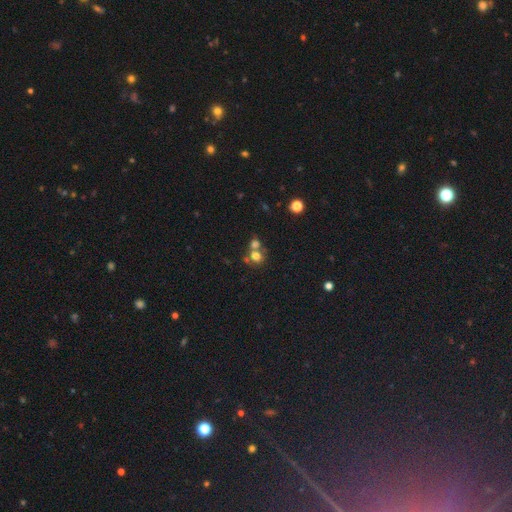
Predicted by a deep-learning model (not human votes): The model was most divided on "merging": none: 45%, merger: 42%, minor disturbance: 8%, major disturbance: 5%. More confident: how rounded — round (77%); smooth or featured — smooth (73%).